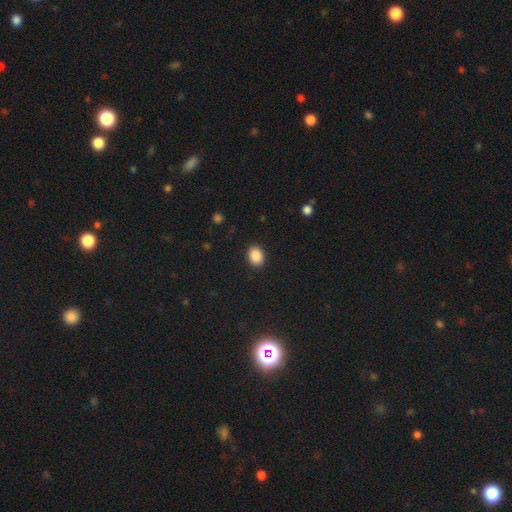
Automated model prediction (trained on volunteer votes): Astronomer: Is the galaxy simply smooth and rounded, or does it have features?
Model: smooth — 89%.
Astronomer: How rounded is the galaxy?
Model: in between — 69%.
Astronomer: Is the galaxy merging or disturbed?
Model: none — 90%.